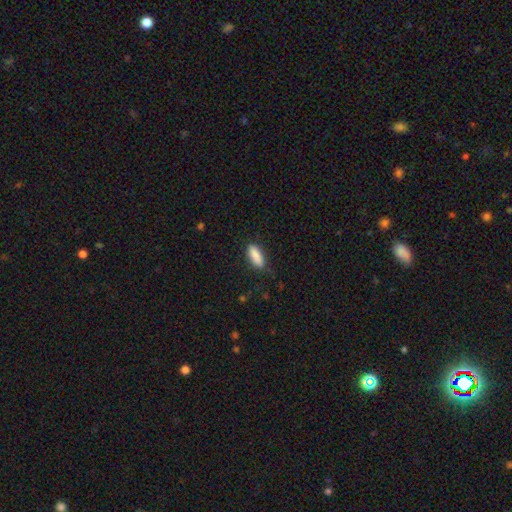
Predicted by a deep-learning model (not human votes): This is clearly a smooth galaxy (87%). How rounded: likely in between (62%). Merging: clearly none (81%).